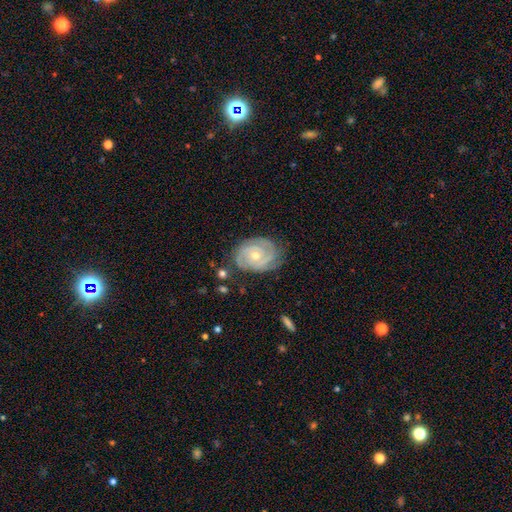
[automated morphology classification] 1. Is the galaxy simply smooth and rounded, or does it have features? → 85% featured or disk, 10% smooth, 5% star or artifact.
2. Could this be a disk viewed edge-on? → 97% no, 3% yes.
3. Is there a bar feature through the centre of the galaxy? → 70% no, 25% weak, 5% strong.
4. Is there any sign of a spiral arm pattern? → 96% yes, 4% no.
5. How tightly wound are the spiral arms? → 68% tight, 27% medium, 5% loose.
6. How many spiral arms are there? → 38% 2, 29% 3, 19% can't tell, 6% 4, 4% 1, 4% more than 4.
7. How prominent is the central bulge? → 50% moderate, 47% small, 1% large, 1% none, 1% dominant.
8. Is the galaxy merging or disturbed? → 73% none, 20% minor disturbance, 6% major disturbance, 2% merger.